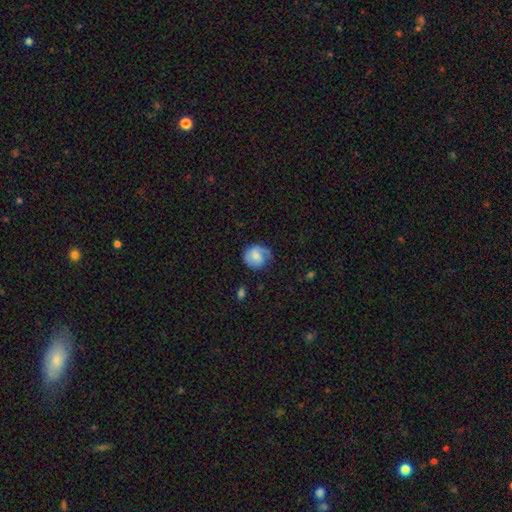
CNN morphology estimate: This is possibly a featured or disk galaxy (50%). Merging: likely none (63%).